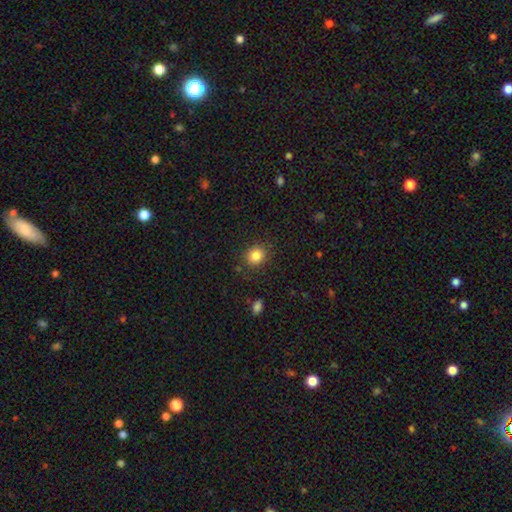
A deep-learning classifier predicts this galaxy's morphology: type=smooth (84%); roundness=round (71%); merging=none (85%).